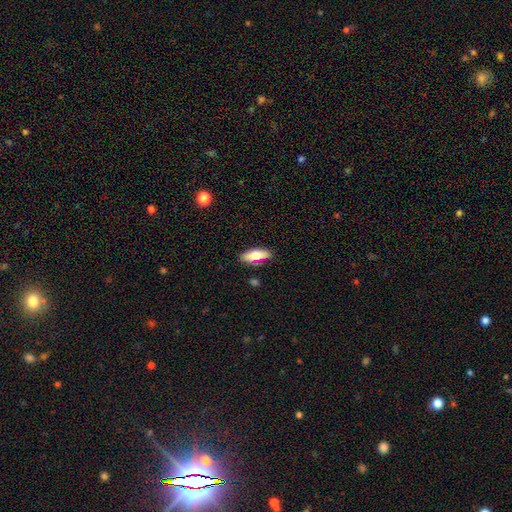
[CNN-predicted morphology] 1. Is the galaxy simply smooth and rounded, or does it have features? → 71% smooth, 22% featured or disk, 7% star or artifact.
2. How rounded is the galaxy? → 70% in between, 27% cigar-shaped, 3% round.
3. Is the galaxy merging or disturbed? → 82% none, 12% minor disturbance, 4% merger, 2% major disturbance.